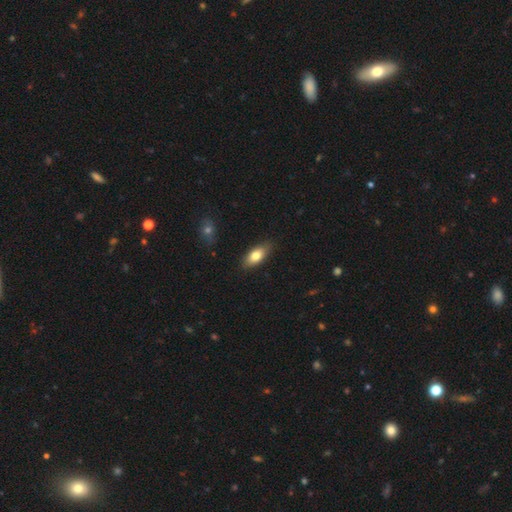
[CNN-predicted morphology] smooth-or-featured: smooth: 76% | featured or disk: 17% | star or artifact: 6%
  how-rounded: in between: 84% | cigar-shaped: 12% | round: 3%
  merging: none: 85% | minor disturbance: 12% | major disturbance: 2% | merger: 1%